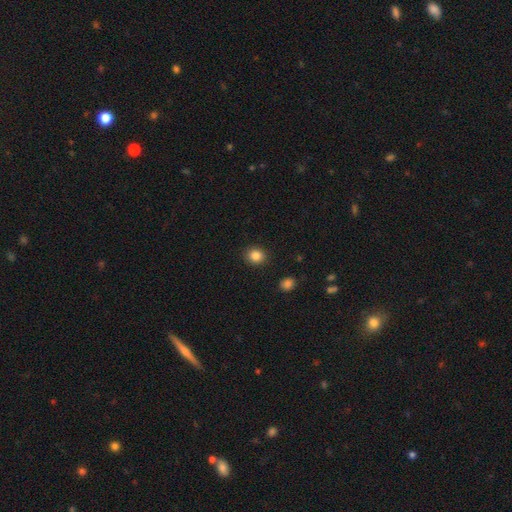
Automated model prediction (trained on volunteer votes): Overall: smooth (85%). How rounded: round (80%). Merging: none (91%).